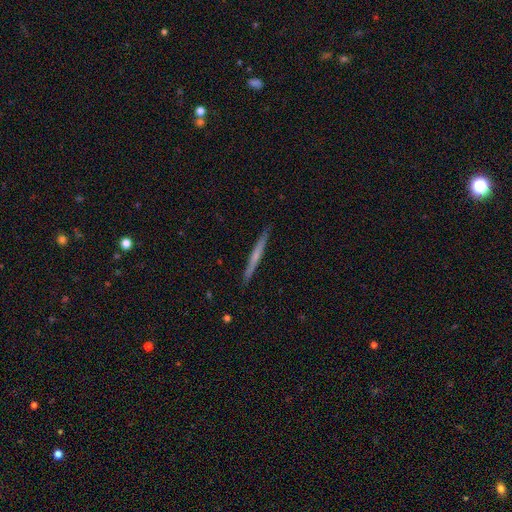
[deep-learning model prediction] The model was most divided on "smooth or featured": featured or disk: 49%, smooth: 45%, star or artifact: 6%. More confident: merging — none (91%).